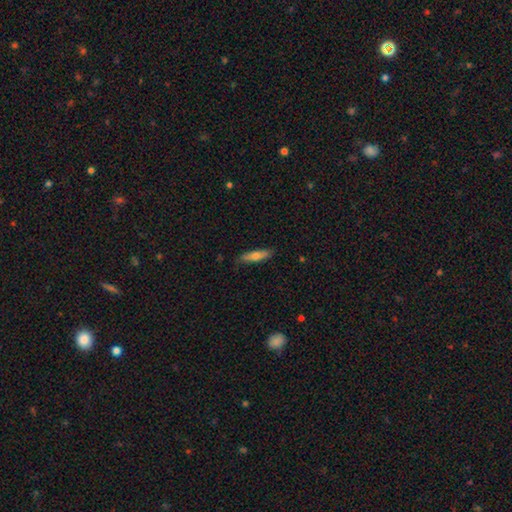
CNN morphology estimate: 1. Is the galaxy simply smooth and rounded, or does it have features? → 60% smooth, 33% featured or disk, 6% star or artifact.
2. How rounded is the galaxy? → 76% cigar-shaped, 22% in between, 2% round.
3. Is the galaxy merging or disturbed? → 82% none, 15% minor disturbance, 2% major disturbance, 1% merger.